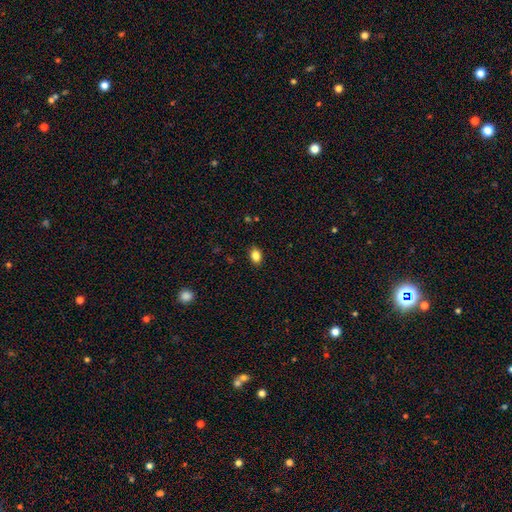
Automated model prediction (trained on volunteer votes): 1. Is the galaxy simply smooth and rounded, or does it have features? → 85% smooth, 10% star or artifact, 5% featured or disk.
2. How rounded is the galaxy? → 76% in between, 23% round, 1% cigar-shaped.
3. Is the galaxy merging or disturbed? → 88% none, 9% minor disturbance, 2% major disturbance, 1% merger.